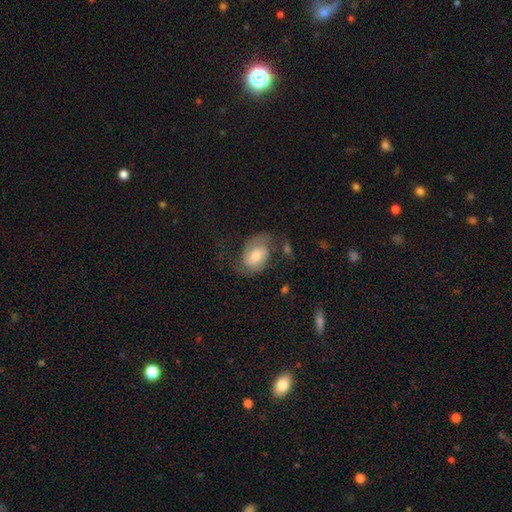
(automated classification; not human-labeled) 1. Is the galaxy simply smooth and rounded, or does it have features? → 62% featured or disk, 30% smooth, 8% star or artifact.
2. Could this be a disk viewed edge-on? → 96% no, 4% yes.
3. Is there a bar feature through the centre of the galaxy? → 49% no, 39% weak, 12% strong.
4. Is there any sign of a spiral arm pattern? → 86% yes, 14% no.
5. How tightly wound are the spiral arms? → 42% medium, 39% loose, 19% tight.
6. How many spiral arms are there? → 82% 2, 8% can't tell, 6% 1, 1% 3, 1% 4, 1% more than 4.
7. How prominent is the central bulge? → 66% moderate, 24% small, 7% large, 1% none, 1% dominant.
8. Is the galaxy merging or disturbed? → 53% none, 22% major disturbance, 21% minor disturbance, 4% merger.